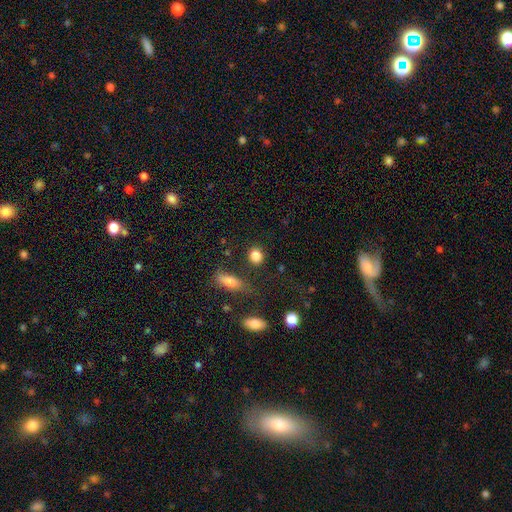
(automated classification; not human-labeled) smooth-or-featured: smooth: 86% | star or artifact: 9% | featured or disk: 5%
  how-rounded: round: 68% | in between: 30% | cigar-shaped: 2%
  merging: none: 82% | minor disturbance: 9% | merger: 5% | major disturbance: 4%